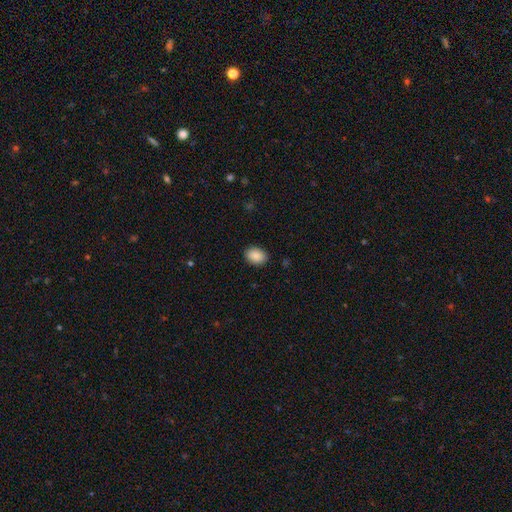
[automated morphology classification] Smooth or featured: smooth — 90% (star or artifact — 7%)
How rounded: in between — 78% (round — 21%)
Merging: none — 89% (minor disturbance — 8%)